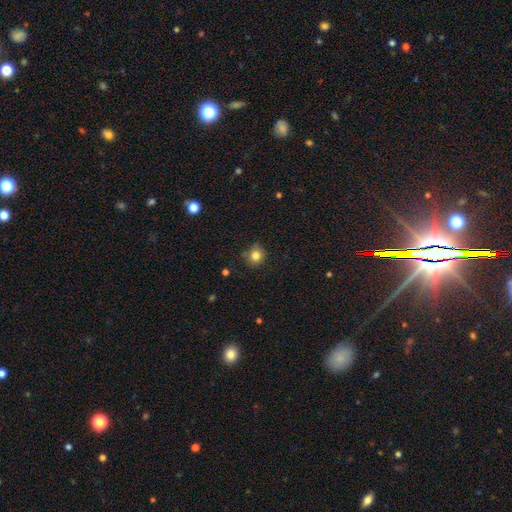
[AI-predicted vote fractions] Smooth or featured? Predicted: smooth (p=0.81). How rounded? Predicted: round (p=0.87). Merging? Predicted: none (p=0.77).